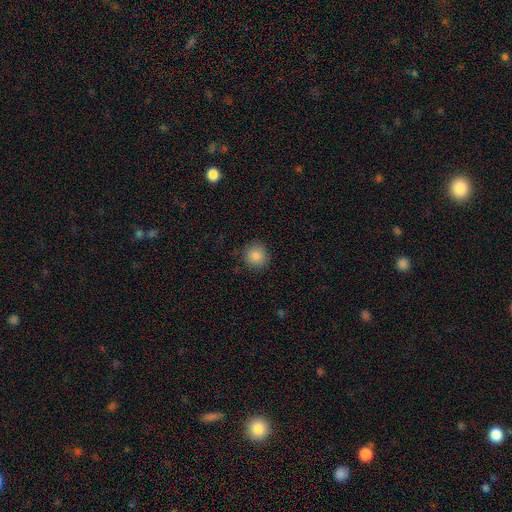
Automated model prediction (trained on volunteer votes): A smooth galaxy with no disk features (86%) that is round (93%).

Vote fractions:
- Smooth or featured? smooth: 86% / star or artifact: 10% / featured or disk: 4%
- How rounded? round: 93% / in between: 6% / cigar-shaped: 1%
- Merging? none: 89% / minor disturbance: 7% / major disturbance: 3% / merger: 1%